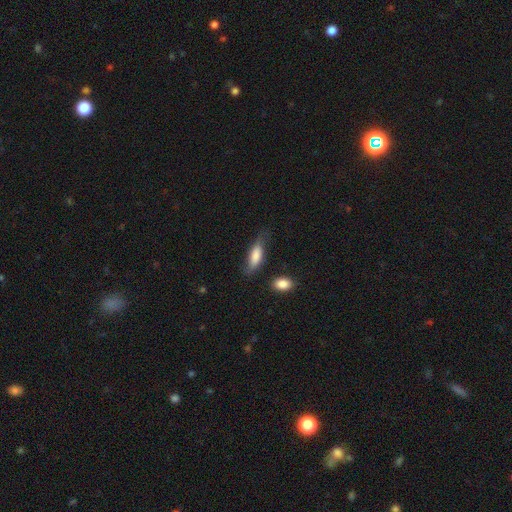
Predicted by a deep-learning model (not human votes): smooth_or_featured: smooth (p=0.76) [alt: featured or disk p=0.17]
how_rounded: in between (p=0.64) [alt: cigar-shaped p=0.33]
merging: none (p=0.55) [alt: minor disturbance p=0.29]